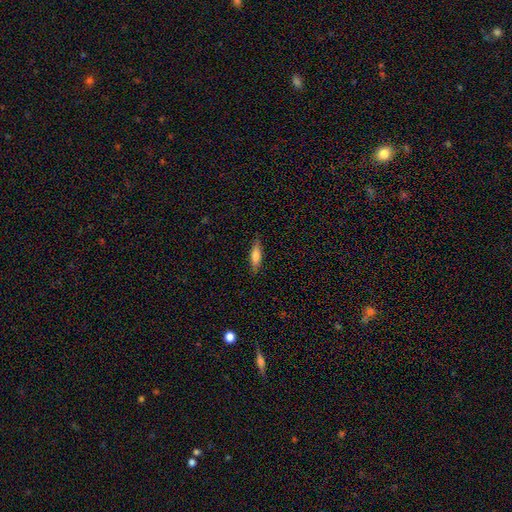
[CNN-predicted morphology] smooth-or-featured: smooth: 68% | featured or disk: 25% | star or artifact: 6%
  how-rounded: cigar-shaped: 65% | in between: 33% | round: 2%
  merging: none: 86% | minor disturbance: 11% | major disturbance: 2% | merger: 1%